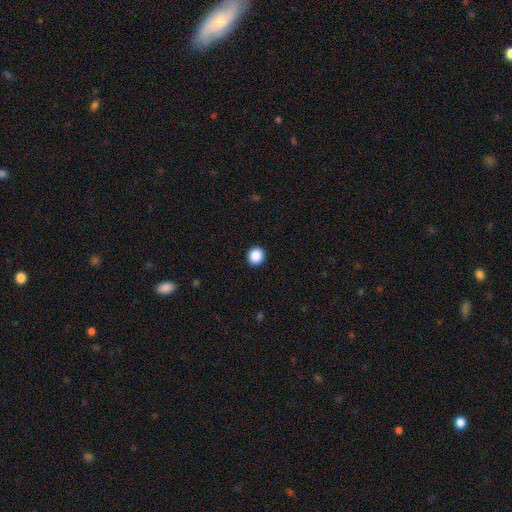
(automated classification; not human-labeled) A smooth galaxy with no disk features (89%) that is round (93%). Merging: none (93%).